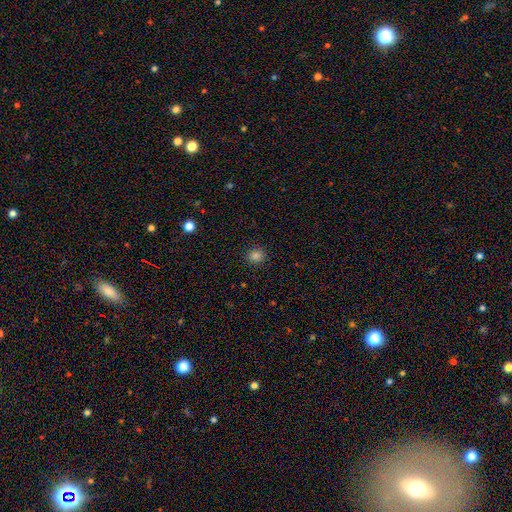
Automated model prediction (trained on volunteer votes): A smooth galaxy with no disk features (82%) that is round (86%). Merging: none (91%).